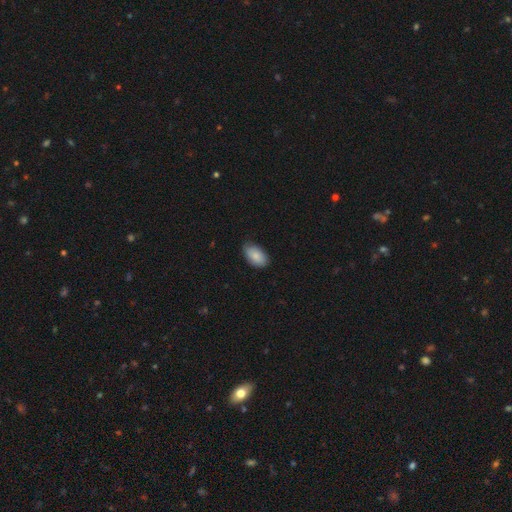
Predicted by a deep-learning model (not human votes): Overall: smooth (85%). How rounded: in between (94%). Merging: none (77%).